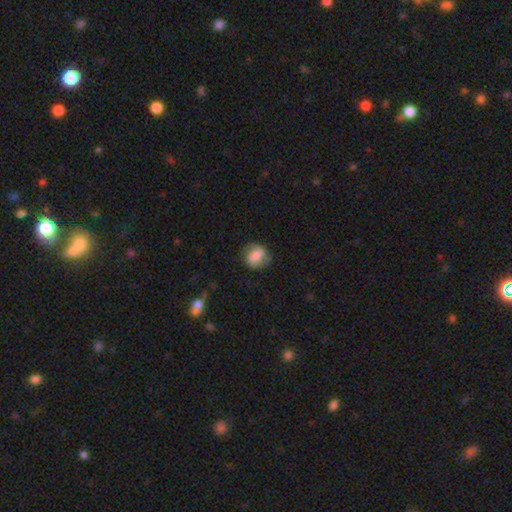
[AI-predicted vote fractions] The model was most divided on "how rounded": round: 56%, in between: 43%, cigar-shaped: 2%. More confident: merging — none (68%); smooth or featured — smooth (59%).